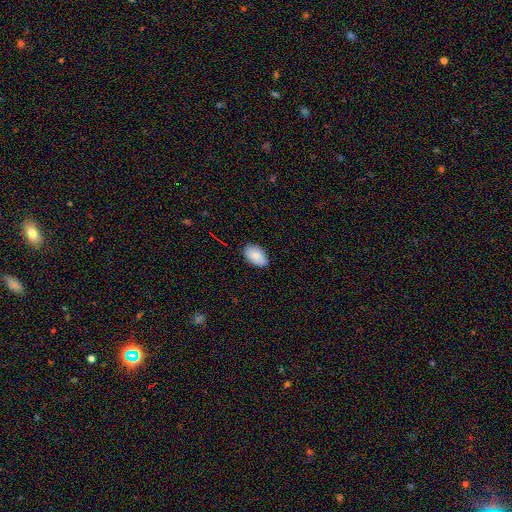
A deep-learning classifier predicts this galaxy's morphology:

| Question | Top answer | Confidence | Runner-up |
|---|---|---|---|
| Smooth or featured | smooth | 85% | featured or disk (8%) |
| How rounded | in between | 93% | round (5%) |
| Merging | none | 83% | minor disturbance (14%) |